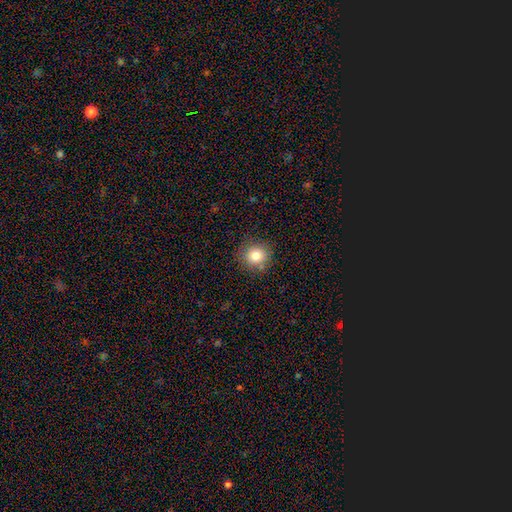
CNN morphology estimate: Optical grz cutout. It shows a smooth galaxy with no disk features (81%) that is round (90%). Merging: none (84%).